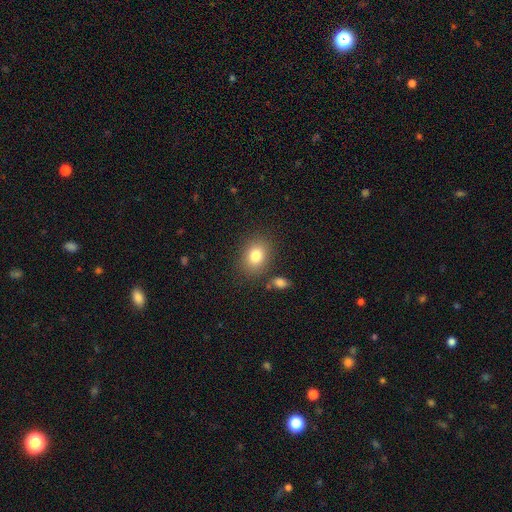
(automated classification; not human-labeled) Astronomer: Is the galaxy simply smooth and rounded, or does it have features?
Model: smooth — 81%.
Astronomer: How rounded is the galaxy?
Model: in between — 55% (runner-up: round, 44%).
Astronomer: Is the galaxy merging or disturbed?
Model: none — 82%.